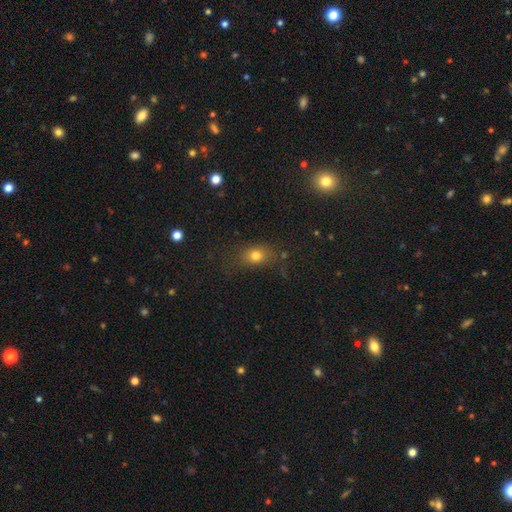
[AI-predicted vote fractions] smooth-or-featured: smooth: 73% | star or artifact: 15% | featured or disk: 11%
  how-rounded: in between: 57% | round: 39% | cigar-shaped: 3%
  merging: none: 71% | minor disturbance: 18% | major disturbance: 8% | merger: 3%